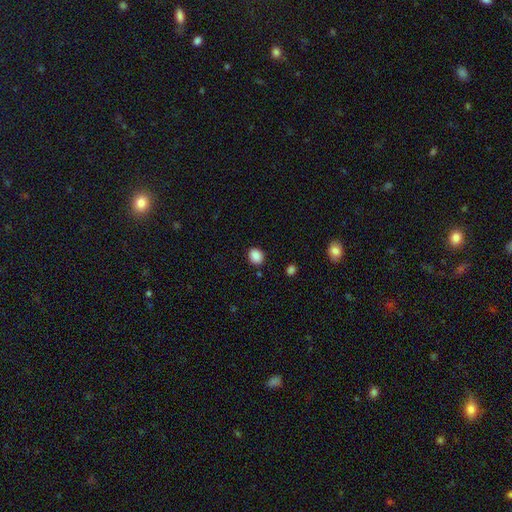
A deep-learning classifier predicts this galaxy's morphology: The model was most divided on "how rounded": round: 64%, in between: 35%, cigar-shaped: 1%. More confident: smooth or featured — smooth (88%); merging — none (86%).